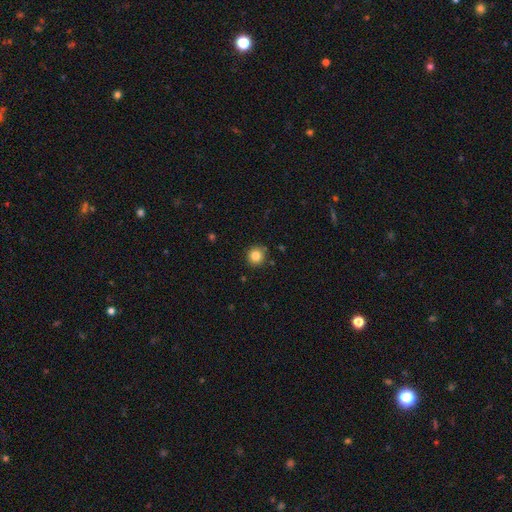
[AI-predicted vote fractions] Smooth or featured?
  - smooth: 83% *
  - star or artifact: 11%
  - featured or disk: 6%
How rounded?
  - round: 92% *
  - in between: 7%
  - cigar-shaped: 1%
Merging?
  - none: 88% *
  - minor disturbance: 8%
  - major disturbance: 2%
  - merger: 2%